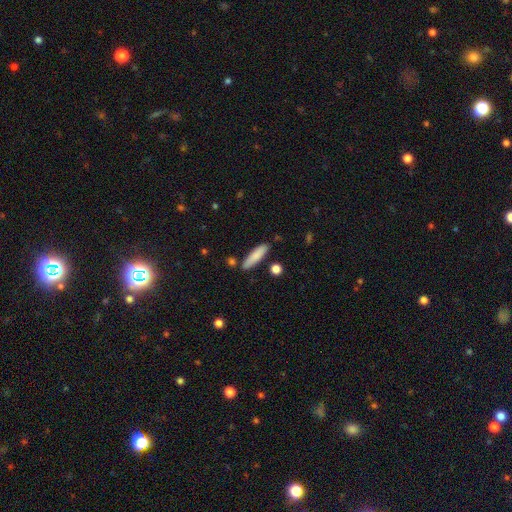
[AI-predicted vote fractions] Q: Smooth or featured?
A: smooth (82%); runner-up: featured or disk (12%)
Q: How rounded?
A: cigar-shaped (76%); runner-up: in between (22%)
Q: Merging?
A: none (83%); runner-up: minor disturbance (11%)